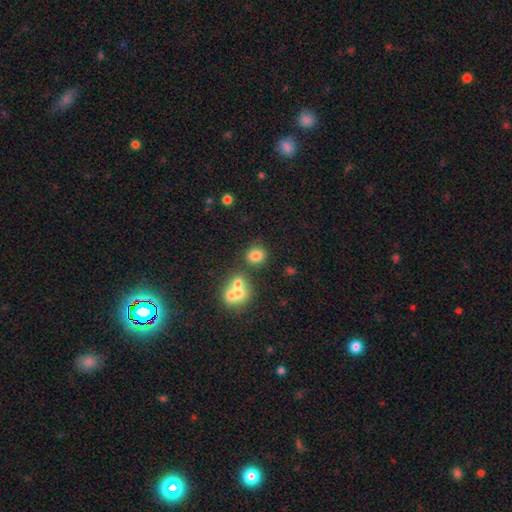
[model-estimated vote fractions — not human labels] A smooth galaxy with no disk features (79%) that is round (73%). Merging: none (69%).